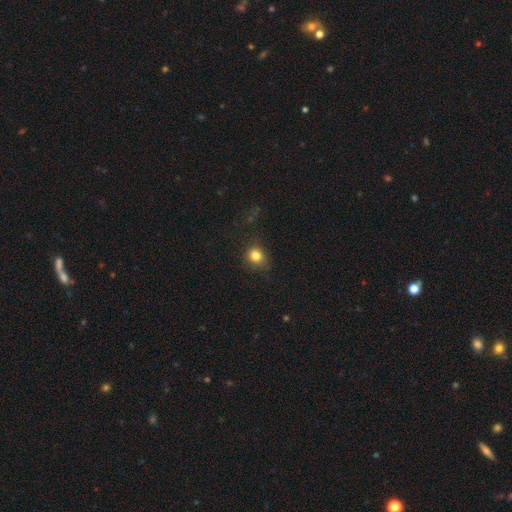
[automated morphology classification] Smooth or featured? smooth (81%)
How rounded? round (75%)
Merging? none (73%)